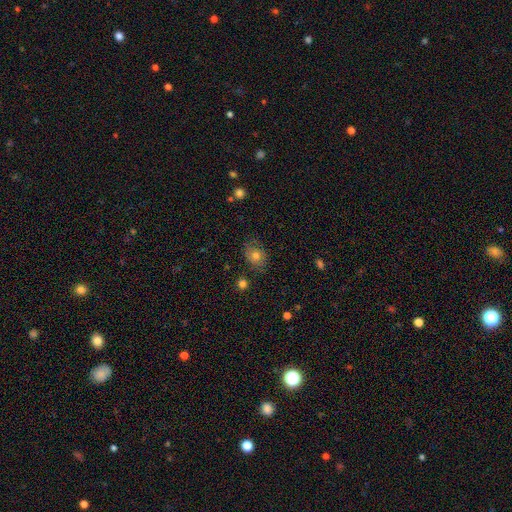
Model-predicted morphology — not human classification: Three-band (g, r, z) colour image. It shows a smooth galaxy with no disk features (74%) that is in between round and cigar-shaped (60%). Merging: none (75%).